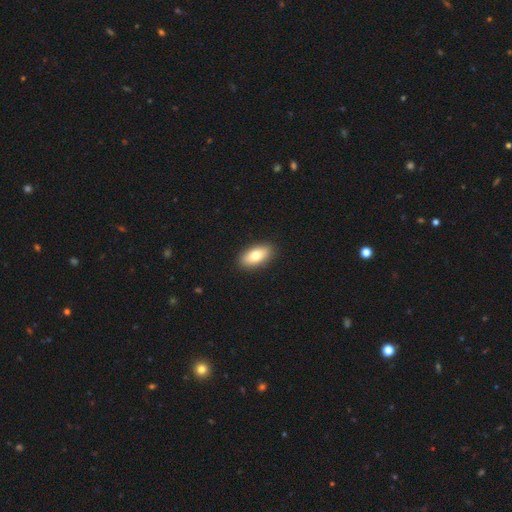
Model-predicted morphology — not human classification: This appears to be a smooth galaxy with no disk features (75%) that is in between round and cigar-shaped (89%). Merging: none (90%).